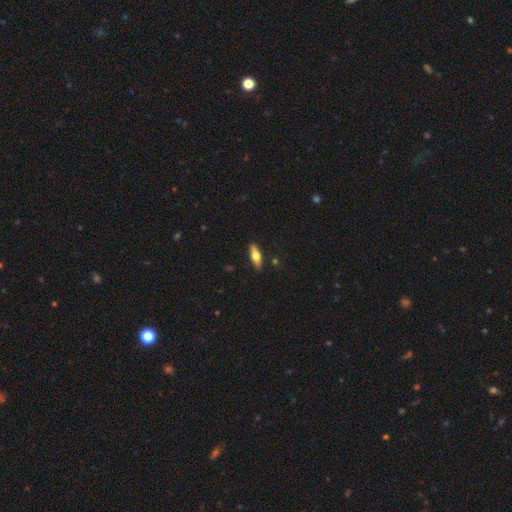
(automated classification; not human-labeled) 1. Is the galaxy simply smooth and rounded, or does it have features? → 55% smooth, 39% featured or disk, 6% star or artifact.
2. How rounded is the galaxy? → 54% in between, 43% cigar-shaped, 3% round.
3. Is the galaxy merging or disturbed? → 88% none, 9% minor disturbance, 2% major disturbance, 1% merger.